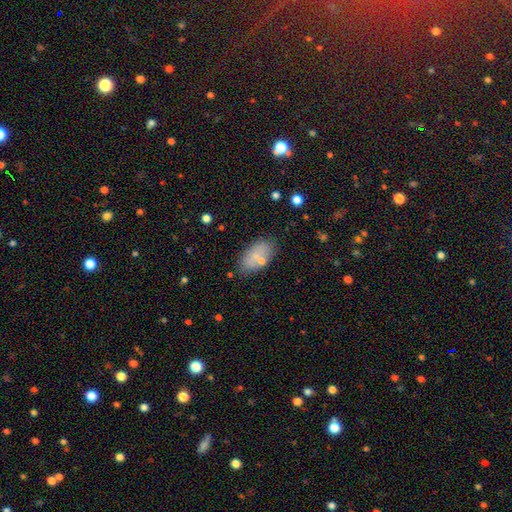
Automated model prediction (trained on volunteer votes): A smooth galaxy with no disk features (68%) that is in between round and cigar-shaped (91%).

Vote fractions:
- Smooth or featured? smooth: 68% / featured or disk: 20% / star or artifact: 12%
- How rounded? in between: 91% / round: 6% / cigar-shaped: 3%
- Merging? none: 74% / minor disturbance: 13% / merger: 8% / major disturbance: 4%